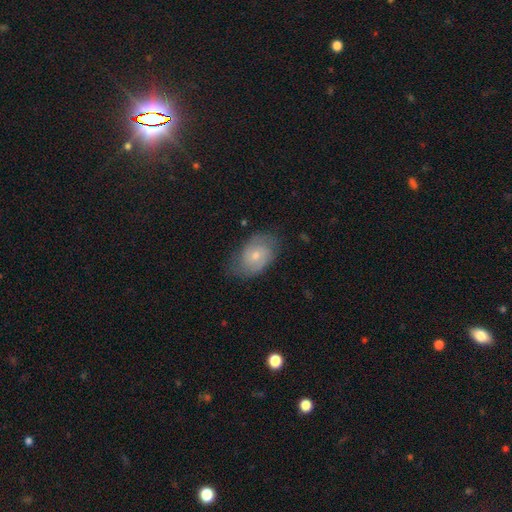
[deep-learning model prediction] Q: Smooth or featured?
A: featured or disk (56%); runner-up: smooth (37%)
Q: Edge-on disk?
A: no (96%); runner-up: yes (4%)
Q: Bar?
A: no (67%); runner-up: weak (29%)
Q: Spiral arms?
A: yes (85%); runner-up: no (15%)
Q: Bulge size?
A: small (56%); runner-up: moderate (39%)
Q: Merging?
A: none (68%); runner-up: minor disturbance (23%)